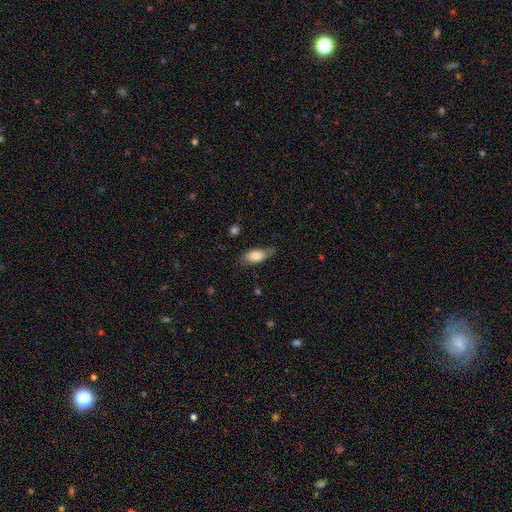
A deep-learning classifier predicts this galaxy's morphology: The model was most divided on "merging": none: 71%, minor disturbance: 22%, major disturbance: 5%, merger: 1%. More confident: how rounded — in between (82%); smooth or featured — smooth (77%).